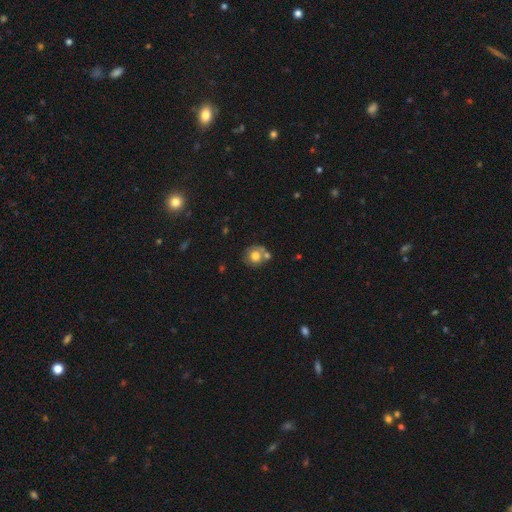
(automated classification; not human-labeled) Smooth or featured: smooth — 68% (featured or disk — 24%)
How rounded: round — 82% (in between — 17%)
Merging: none — 50% (merger — 28%)